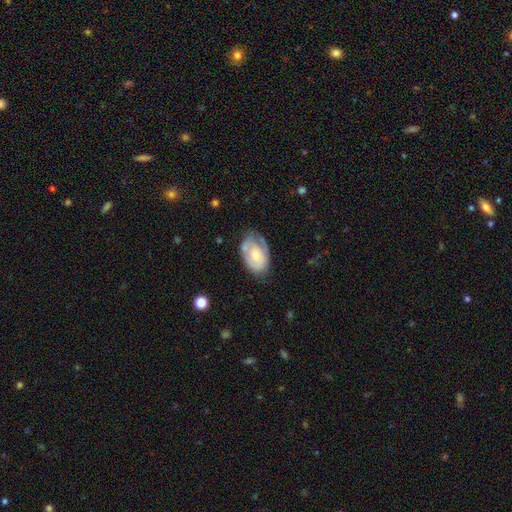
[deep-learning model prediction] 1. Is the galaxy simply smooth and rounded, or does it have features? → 47% smooth (tied), 47% featured or disk (tied), 6% star or artifact.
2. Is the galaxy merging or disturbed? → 54% none, 31% minor disturbance, 12% major disturbance, 4% merger.